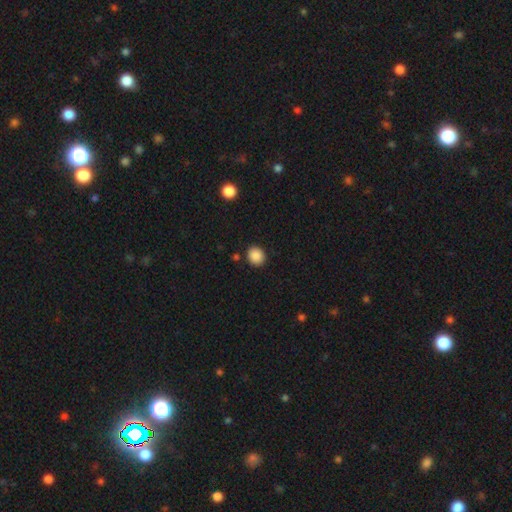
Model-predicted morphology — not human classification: A smooth galaxy with no disk features (88%) that is round (78%).

Vote fractions:
- Smooth or featured? smooth: 88% / star or artifact: 9% / featured or disk: 3%
- How rounded? round: 78% / in between: 21% / cigar-shaped: 1%
- Merging? none: 88% / minor disturbance: 7% / major disturbance: 2% / merger: 2%